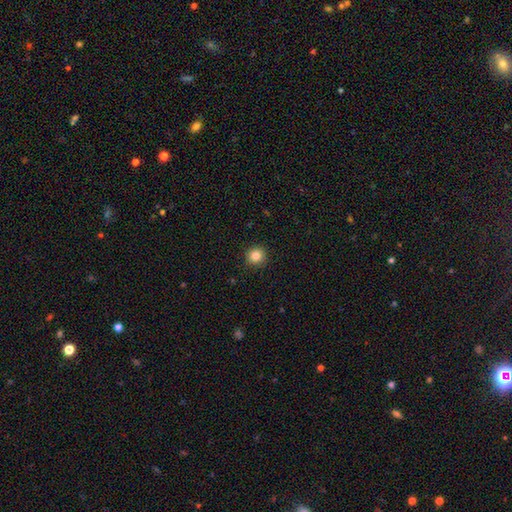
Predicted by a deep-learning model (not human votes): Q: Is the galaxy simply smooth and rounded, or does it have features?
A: smooth — 84%.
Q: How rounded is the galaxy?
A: round — 91%.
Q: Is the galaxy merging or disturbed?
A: none — 92%.